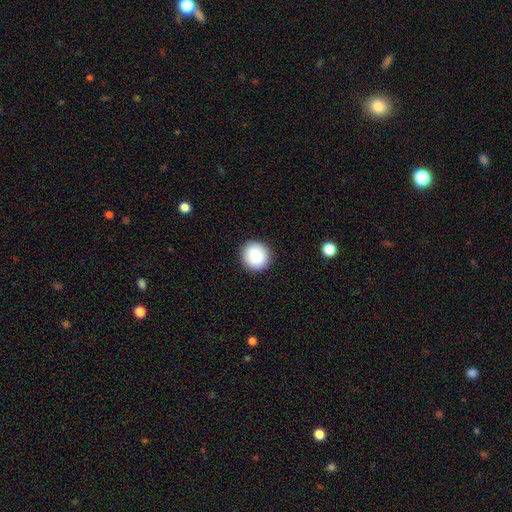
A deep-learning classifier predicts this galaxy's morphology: Smooth or featured? smooth (85%)
How rounded? round (93%)
Merging? none (91%)